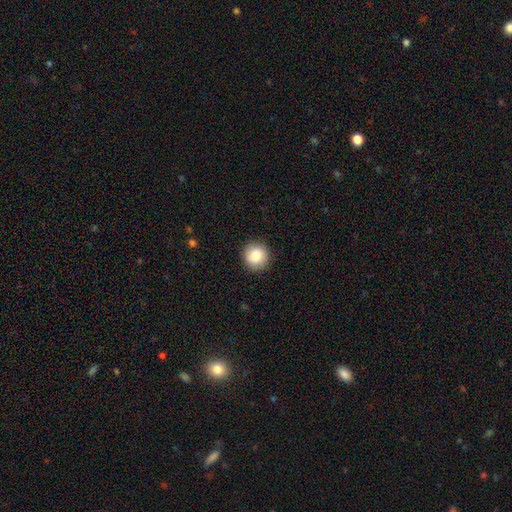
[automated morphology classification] Smooth or featured: smooth — 86% (star or artifact — 8%)
How rounded: round — 93% (in between — 6%)
Merging: none — 91% (minor disturbance — 6%)